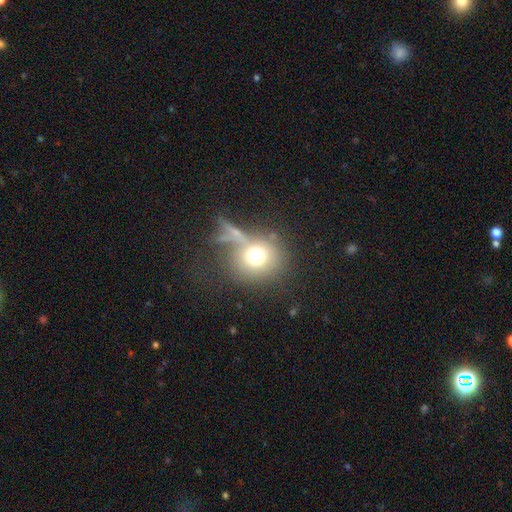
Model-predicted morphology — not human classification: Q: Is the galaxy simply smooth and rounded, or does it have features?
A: smooth — 68%.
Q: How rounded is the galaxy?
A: round — 82%.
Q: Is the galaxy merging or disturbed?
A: none — 54%.